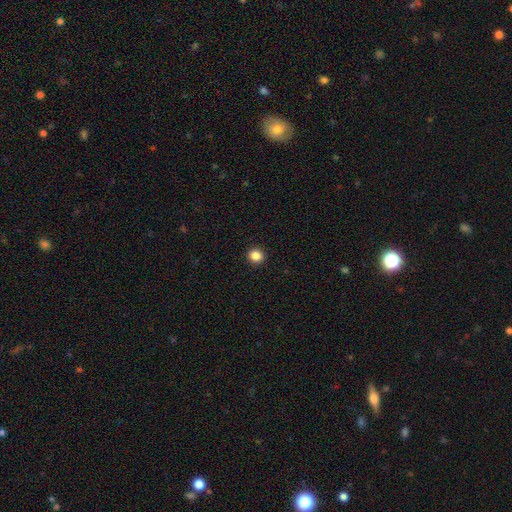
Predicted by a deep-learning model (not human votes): Smooth or featured? smooth (86%)
How rounded? round (86%)
Merging? none (93%)